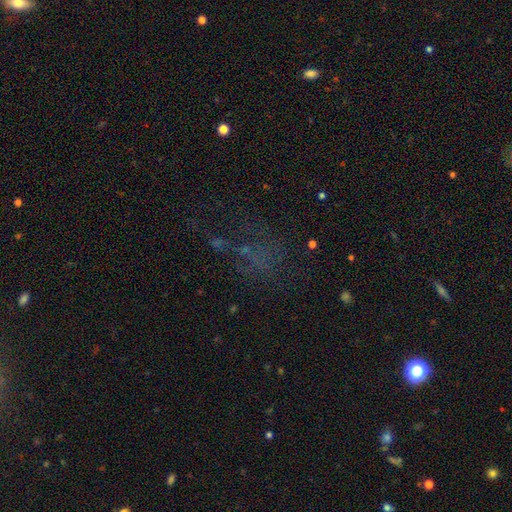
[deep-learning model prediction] Overall: star or artifact (46%; smooth 32%).